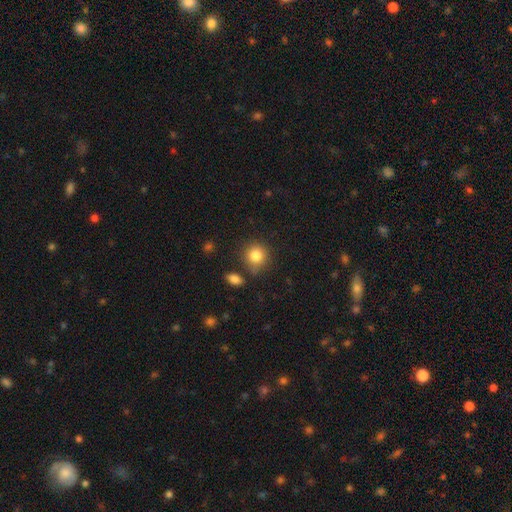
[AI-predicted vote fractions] The model was most divided on "merging": none: 76%, minor disturbance: 13%, merger: 7%, major disturbance: 4%. More confident: how rounded — round (87%); smooth or featured — smooth (84%).